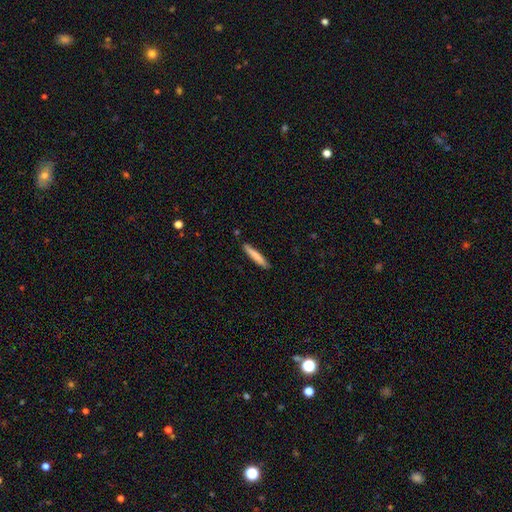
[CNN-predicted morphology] Smooth or featured? smooth (77%)
How rounded? cigar-shaped (93%)
Merging? none (87%)